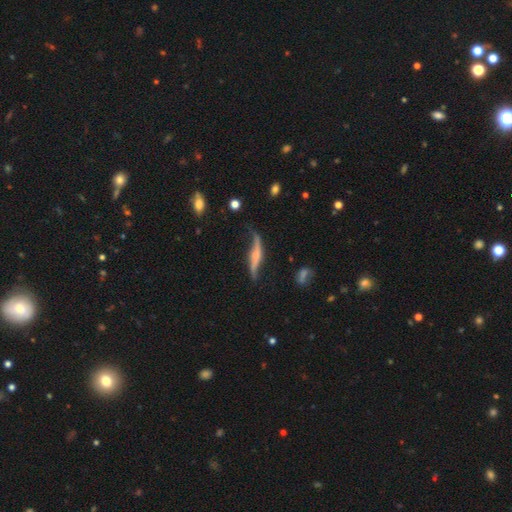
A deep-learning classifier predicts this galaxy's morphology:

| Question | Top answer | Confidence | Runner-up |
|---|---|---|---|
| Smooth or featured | featured or disk | 69% | smooth (23%) |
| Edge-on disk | yes | 53% | no (47%) |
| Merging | none | 53% | minor disturbance (28%) |